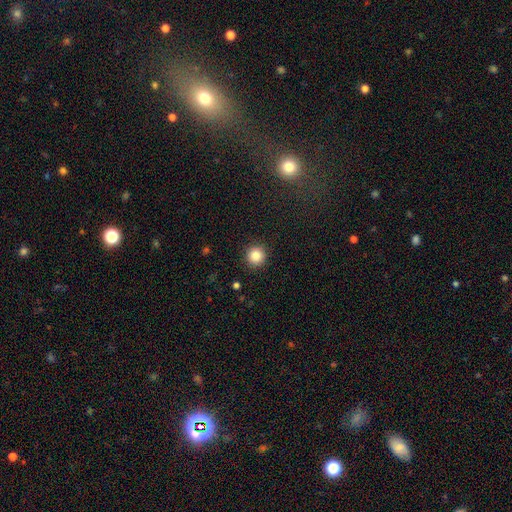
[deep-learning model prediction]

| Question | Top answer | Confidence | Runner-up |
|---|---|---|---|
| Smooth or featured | smooth | 84% | star or artifact (11%) |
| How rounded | round | 95% | in between (4%) |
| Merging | none | 92% | minor disturbance (5%) |